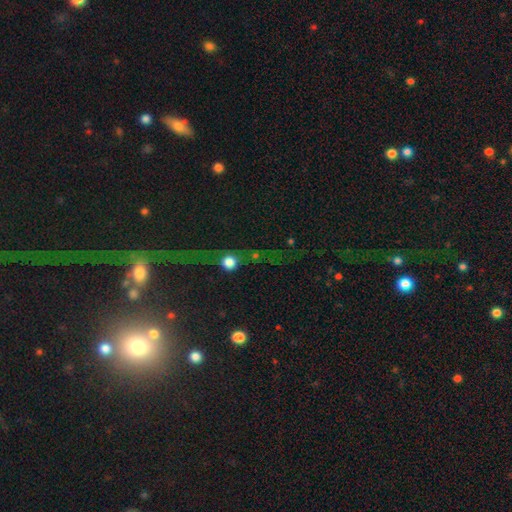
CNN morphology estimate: A star or artifact, not a galaxy (60%).